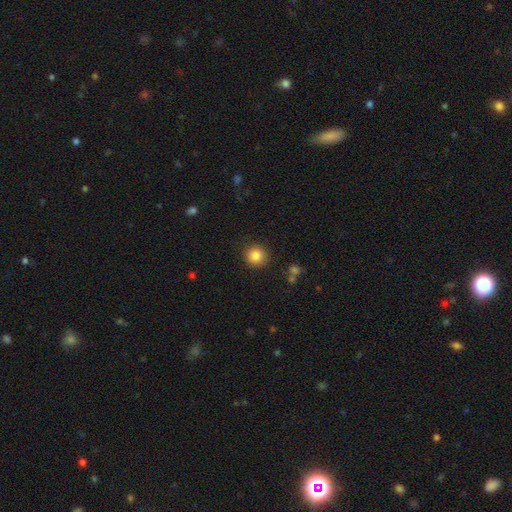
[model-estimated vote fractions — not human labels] Q: Smooth or featured?
A: smooth (85%); runner-up: star or artifact (10%)
Q: How rounded?
A: round (92%); runner-up: in between (7%)
Q: Merging?
A: none (89%); runner-up: minor disturbance (7%)